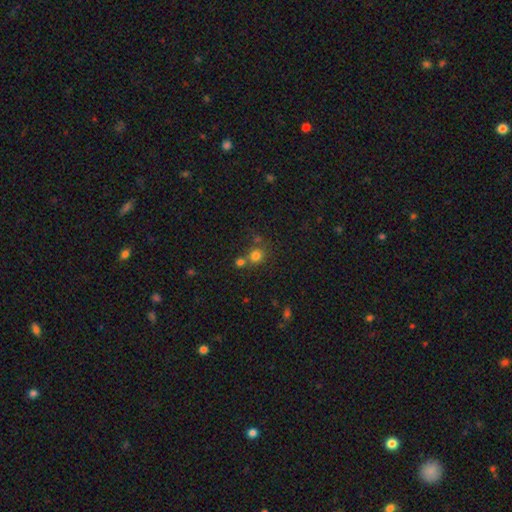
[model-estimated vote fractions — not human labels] Q: Smooth or featured?
A: smooth (76%); runner-up: star or artifact (16%)
Q: How rounded?
A: round (85%); runner-up: in between (14%)
Q: Merging?
A: none (57%); runner-up: merger (31%)